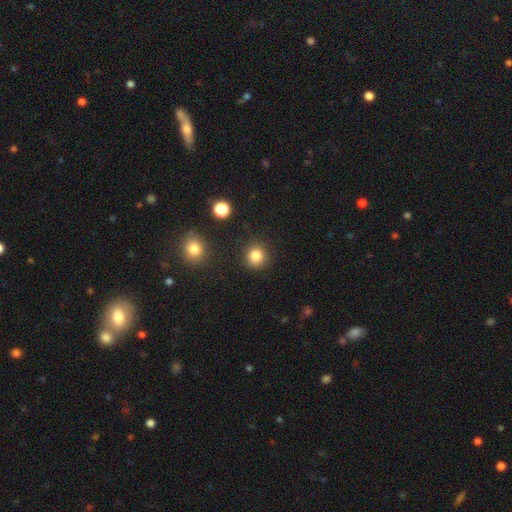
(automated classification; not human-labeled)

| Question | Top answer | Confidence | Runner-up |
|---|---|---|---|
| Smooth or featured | smooth | 85% | star or artifact (11%) |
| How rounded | round | 91% | in between (8%) |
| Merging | none | 89% | minor disturbance (6%) |